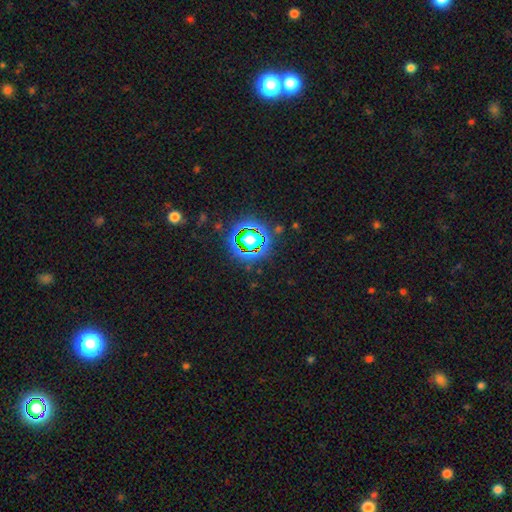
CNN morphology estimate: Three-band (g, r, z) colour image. It shows a star or artifact, not a galaxy (80%).